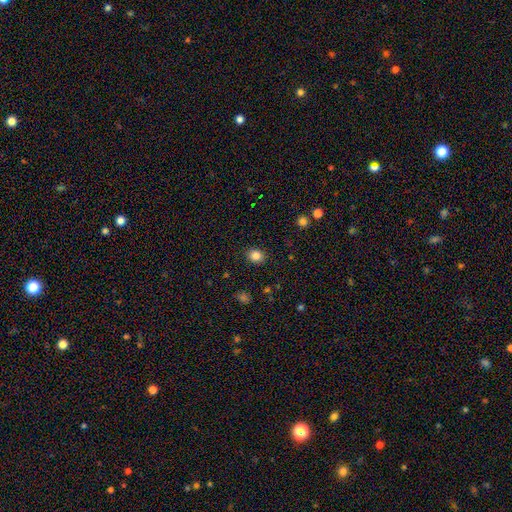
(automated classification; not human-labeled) smooth-or-featured: smooth: 84% | star or artifact: 11% | featured or disk: 5%
  how-rounded: round: 61% | in between: 38% | cigar-shaped: 1%
  merging: none: 89% | minor disturbance: 8% | major disturbance: 2% | merger: 1%